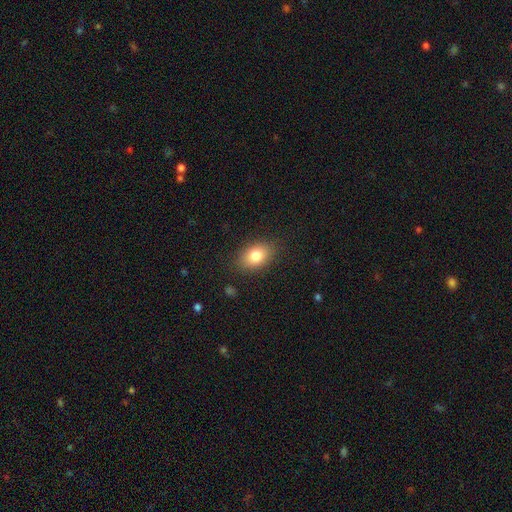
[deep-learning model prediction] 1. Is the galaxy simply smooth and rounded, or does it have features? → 80% smooth, 11% featured or disk, 9% star or artifact.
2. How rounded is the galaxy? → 82% in between, 17% round, 2% cigar-shaped.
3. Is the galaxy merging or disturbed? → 85% none, 11% minor disturbance, 3% major disturbance, 1% merger.